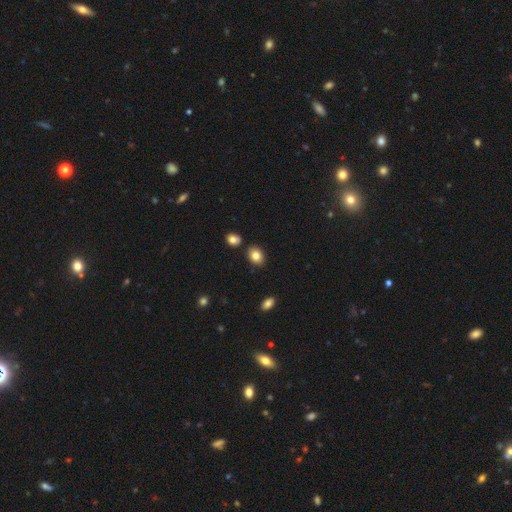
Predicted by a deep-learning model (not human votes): smooth 82%, star or artifact 9%, featured or disk 8%. Down the decision tree: how rounded — in between (65%); merging — none (82%).